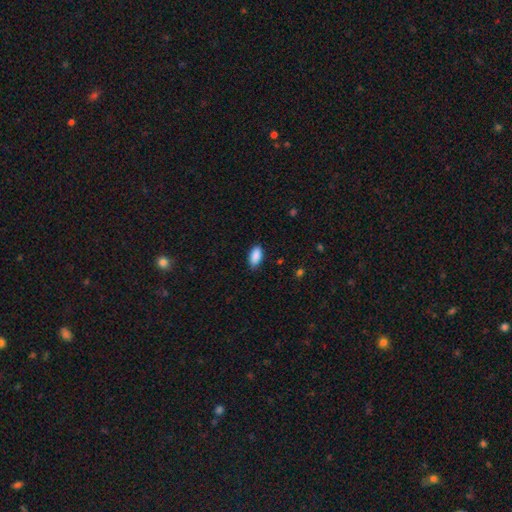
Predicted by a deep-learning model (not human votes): Smooth or featured: smooth — 90% (star or artifact — 7%)
How rounded: in between — 92% (cigar-shaped — 6%)
Merging: none — 82% (minor disturbance — 14%)